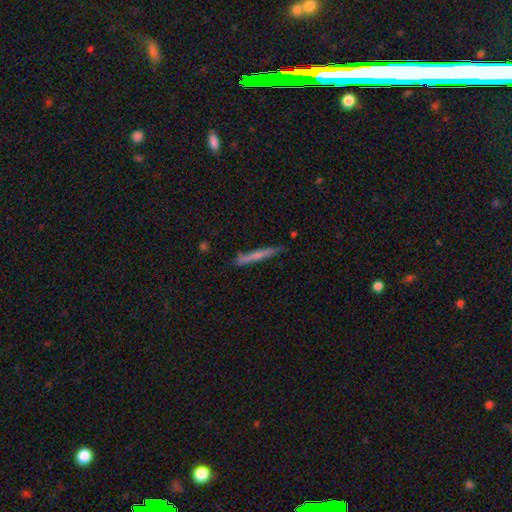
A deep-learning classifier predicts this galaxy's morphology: A smooth galaxy with no disk features (60%) that is cigar-shaped (96%).

Vote fractions:
- Smooth or featured? smooth: 60% / featured or disk: 34% / star or artifact: 7%
- How rounded? cigar-shaped: 96% / in between: 3% / round: 1%
- Merging? none: 79% / minor disturbance: 16% / major disturbance: 3% / merger: 3%